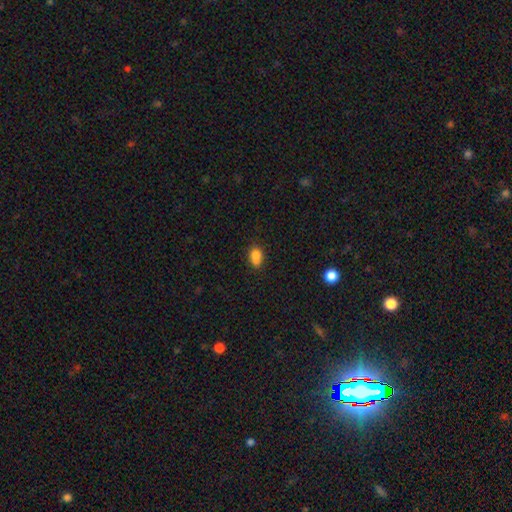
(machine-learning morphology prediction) smooth-or-featured: smooth: 81% | star or artifact: 11% | featured or disk: 8%
  how-rounded: in between: 76% | round: 22% | cigar-shaped: 2%
  merging: none: 54% | minor disturbance: 27% | merger: 13% | major disturbance: 6%